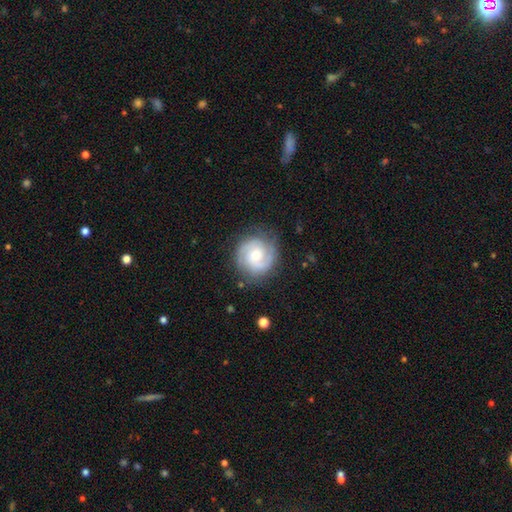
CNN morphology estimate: Smooth or featured: featured or disk — 82% (smooth — 13%)
Edge-on disk: no — 98% (yes — 2%)
Bar: no — 59% (weak — 34%)
Spiral arms: yes — 97% (no — 3%)
Spiral winding: tight — 54% (medium — 38%)
Spiral arm count: 2 — 69% (3 — 15%)
Bulge size: moderate — 55% (small — 38%)
Merging: none — 81% (minor disturbance — 13%)